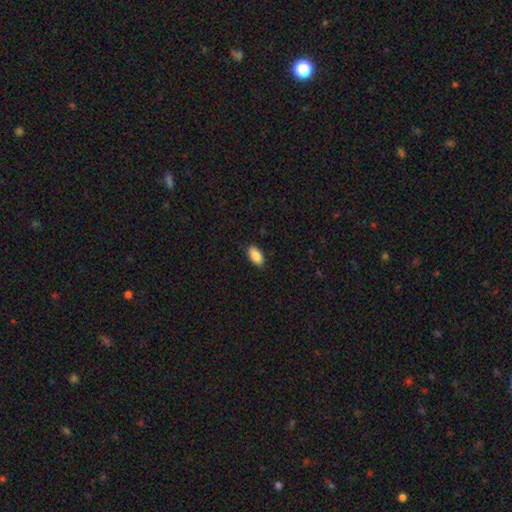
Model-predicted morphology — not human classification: Smooth or featured?
  - smooth: 87% *
  - star or artifact: 7%
  - featured or disk: 6%
How rounded?
  - in between: 93% *
  - cigar-shaped: 4%
  - round: 3%
Merging?
  - none: 89% *
  - minor disturbance: 8%
  - major disturbance: 2%
  - merger: 1%